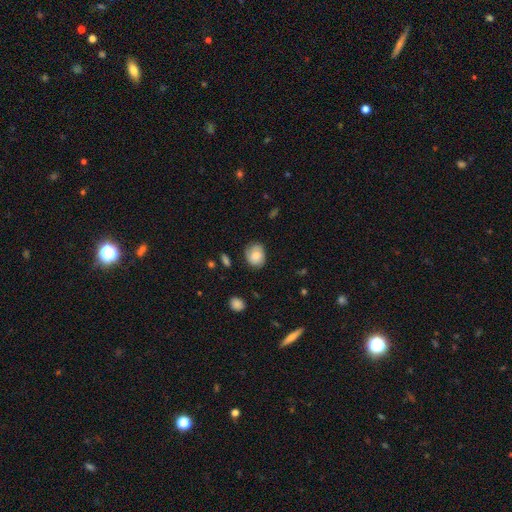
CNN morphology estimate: Q: Smooth or featured?
A: smooth (70%); runner-up: featured or disk (22%)
Q: How rounded?
A: round (59%); runner-up: in between (40%)
Q: Merging?
A: none (74%); runner-up: minor disturbance (20%)